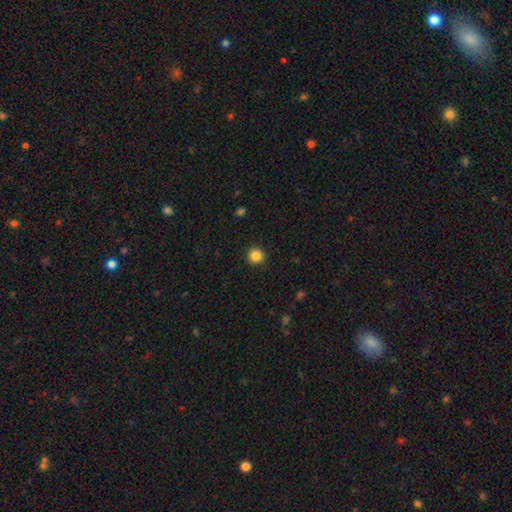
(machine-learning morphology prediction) Overall: smooth (85%). How rounded: round (94%). Merging: none (92%).